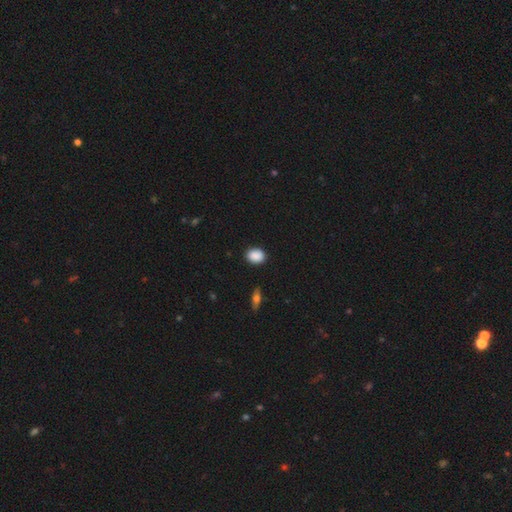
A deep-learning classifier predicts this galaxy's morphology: A smooth galaxy with no disk features (89%) that is in between round and cigar-shaped (58%).

Vote fractions:
- Smooth or featured? smooth: 89% / star or artifact: 8% / featured or disk: 4%
- How rounded? in between: 58% / round: 41% / cigar-shaped: 1%
- Merging? none: 87% / minor disturbance: 9% / major disturbance: 2% / merger: 1%